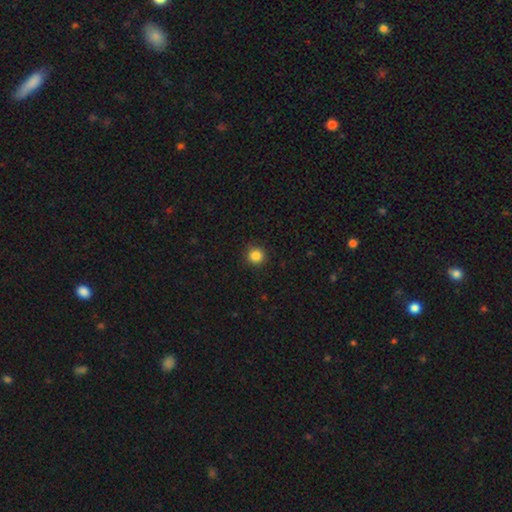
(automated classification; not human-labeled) Morphology: type=smooth (85%); roundness=round (95%); merging=none (91%).